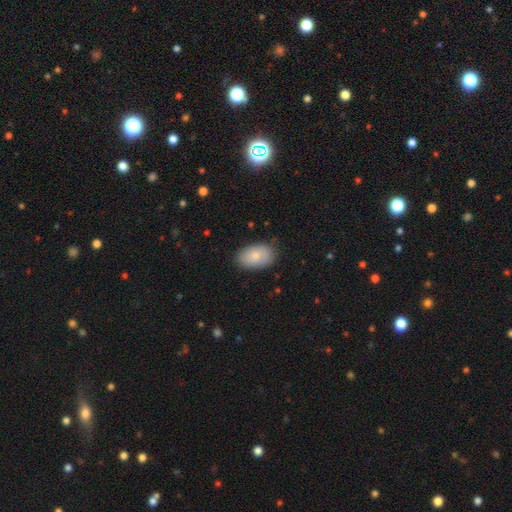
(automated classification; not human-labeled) Smooth or featured? smooth (78%)
How rounded? in between (91%)
Merging? none (81%)